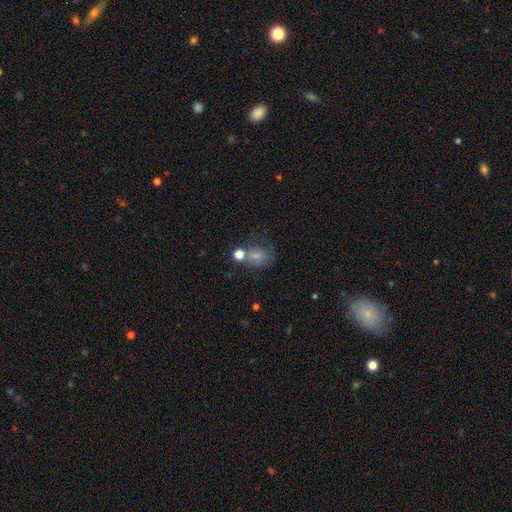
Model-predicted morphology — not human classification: smooth 68%, featured or disk 16%, star or artifact 15%. Down the decision tree: how rounded — in between (53%); merging — none (41%).